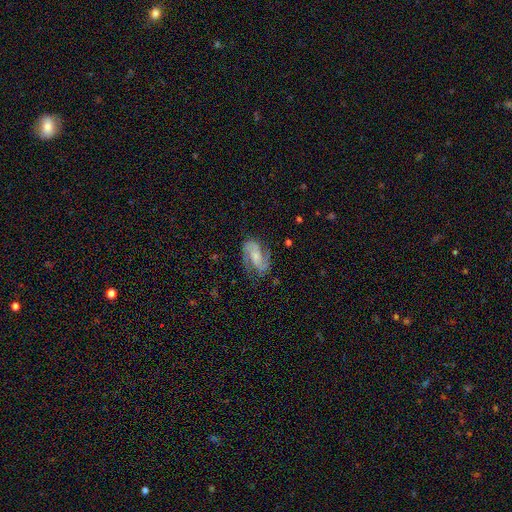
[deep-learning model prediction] smooth-or-featured: featured or disk: 86% | smooth: 9% | star or artifact: 5%
  disk-edge-on: no: 97% | yes: 3%
    bar: no: 47% | weak: 37% | strong: 16%
    has-spiral-arms: yes: 97% | no: 3%
      spiral-winding: medium: 53% | tight: 29% | loose: 19%
      spiral-arm-count: 2: 89% | 3: 3% | can't tell: 3% | 1: 2% | 4: 1% | more than 4: 1%
    bulge-size: small: 47% | moderate: 33% | none: 14% | large: 5% | dominant: 1%
  merging: none: 72% | minor disturbance: 18% | major disturbance: 9% | merger: 2%